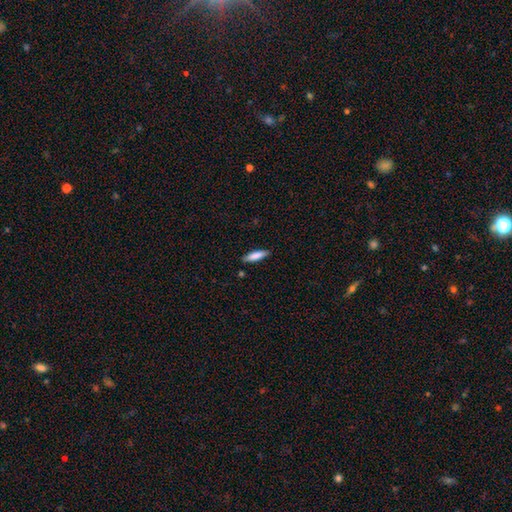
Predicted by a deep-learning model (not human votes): A smooth galaxy with no disk features (83%) that is cigar-shaped (65%). Merging: none (87%).